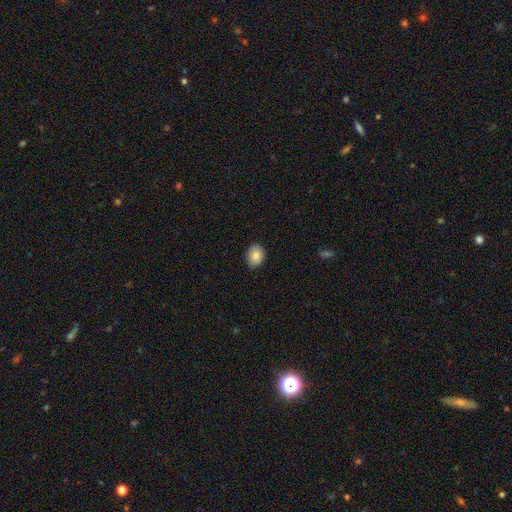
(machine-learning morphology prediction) A smooth galaxy with no disk features (86%) that is in between round and cigar-shaped (64%).

Vote fractions:
- Smooth or featured? smooth: 86% / star or artifact: 8% / featured or disk: 6%
- How rounded? in between: 64% / round: 35% / cigar-shaped: 1%
- Merging? none: 84% / minor disturbance: 13% / major disturbance: 2% / merger: 1%